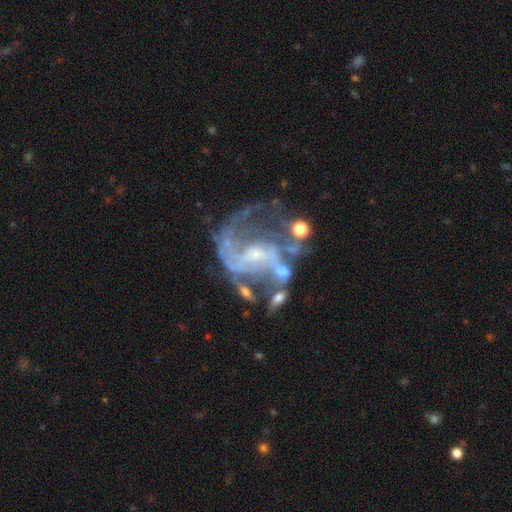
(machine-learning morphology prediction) type=featured or disk (84%); edge-on=no (98%); bar=weak (43%); spiral arms=yes (84%); winding=medium (44%); arm count=2 (49%); bulge=small (53%); merging=major disturbance (35%).